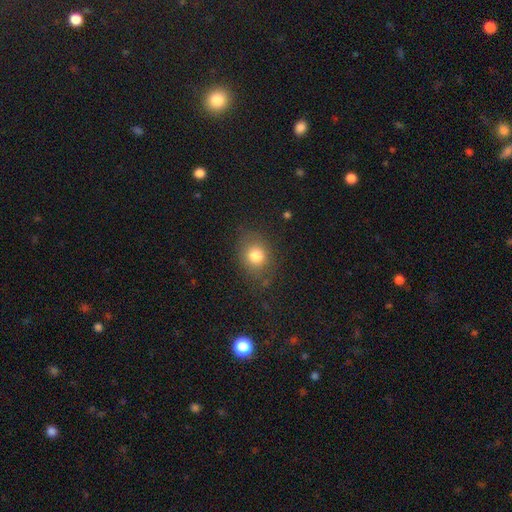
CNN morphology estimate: A smooth galaxy with no disk features (79%) that is round (58%).

Vote fractions:
- Smooth or featured? smooth: 79% / star or artifact: 11% / featured or disk: 10%
- How rounded? round: 58% / in between: 41% / cigar-shaped: 1%
- Merging? none: 75% / minor disturbance: 17% / major disturbance: 6% / merger: 2%